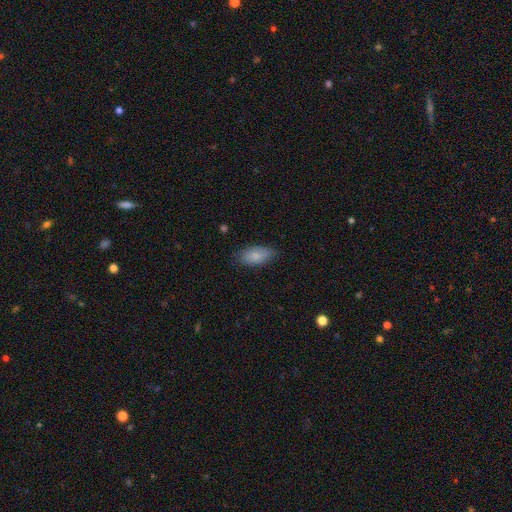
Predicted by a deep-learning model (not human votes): The model was most divided on "merging": none: 79%, minor disturbance: 17%, major disturbance: 3%, merger: 1%. More confident: how rounded — in between (90%); smooth or featured — smooth (84%).